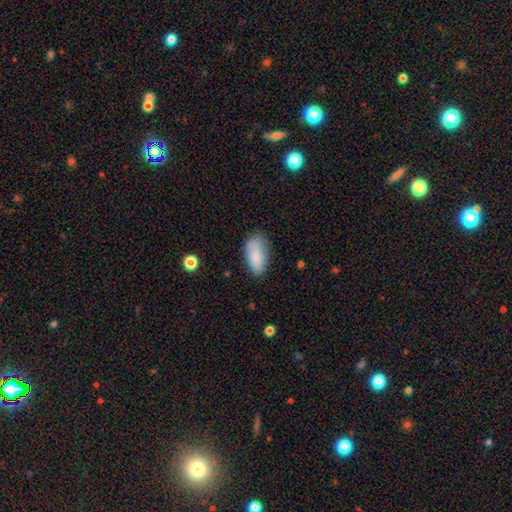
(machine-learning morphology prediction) This is clearly a smooth galaxy (84%). How rounded: clearly in between (92%). Merging: likely none (68%).